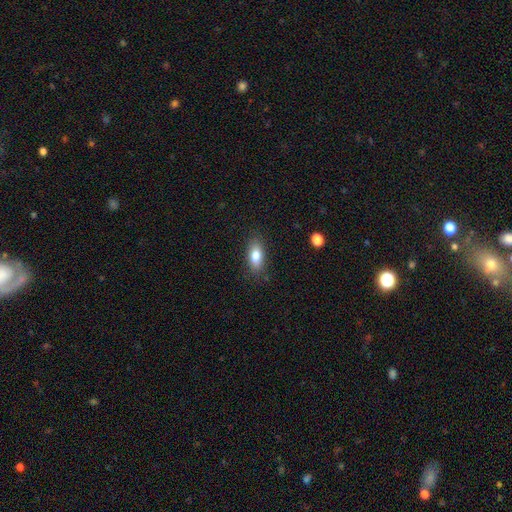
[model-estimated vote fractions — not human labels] Smooth or featured?
  - smooth: 80% *
  - featured or disk: 12%
  - star or artifact: 8%
How rounded?
  - in between: 82% *
  - cigar-shaped: 14%
  - round: 4%
Merging?
  - none: 84% *
  - minor disturbance: 12%
  - major disturbance: 3%
  - merger: 1%